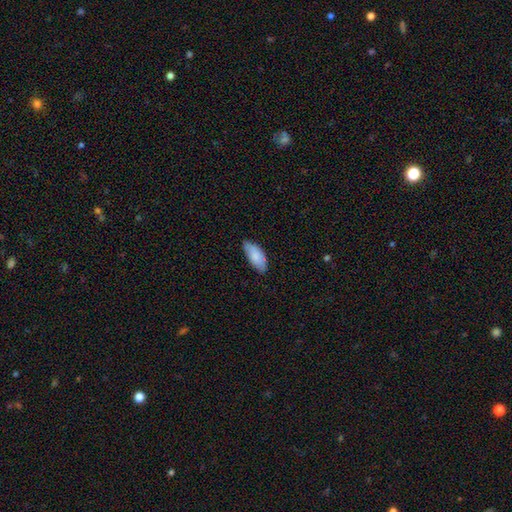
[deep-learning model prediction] The model was most divided on "merging": none: 73%, minor disturbance: 23%, major disturbance: 3%, merger: 1%. More confident: how rounded — in between (88%); smooth or featured — smooth (82%).